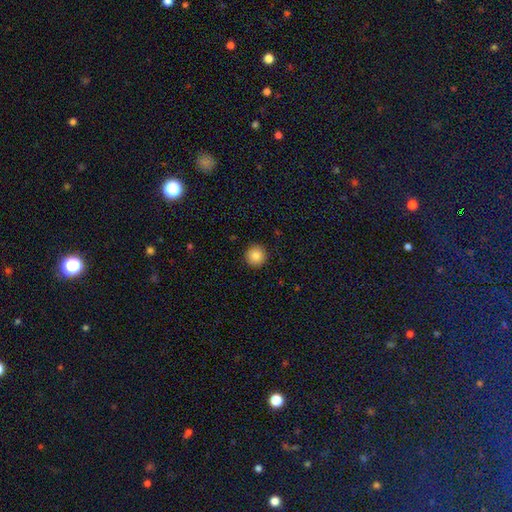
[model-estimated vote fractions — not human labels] A smooth galaxy with no disk features (85%) that is round (96%).

Vote fractions:
- Smooth or featured? smooth: 85% / star or artifact: 10% / featured or disk: 6%
- How rounded? round: 96% / in between: 3% / cigar-shaped: 1%
- Merging? none: 92% / minor disturbance: 5% / major disturbance: 2% / merger: 1%